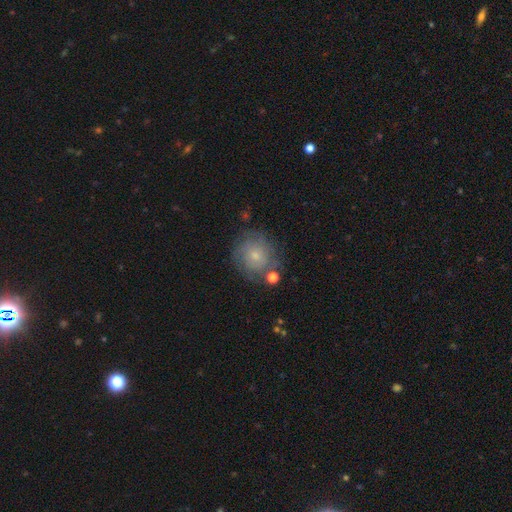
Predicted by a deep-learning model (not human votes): A featured or disk galaxy (48%). Merging: none (68%).